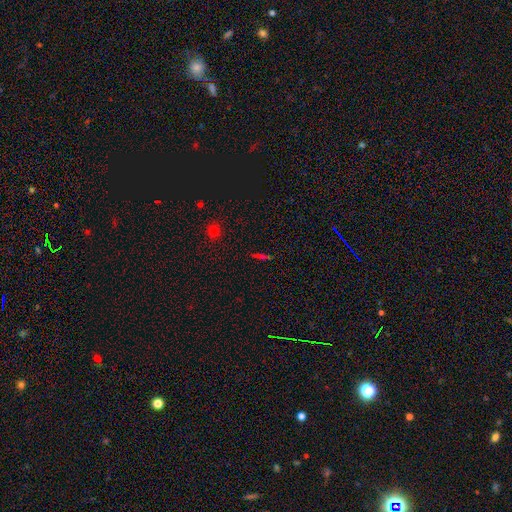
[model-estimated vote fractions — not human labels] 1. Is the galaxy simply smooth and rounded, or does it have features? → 40% star or artifact, 39% smooth, 21% featured or disk.